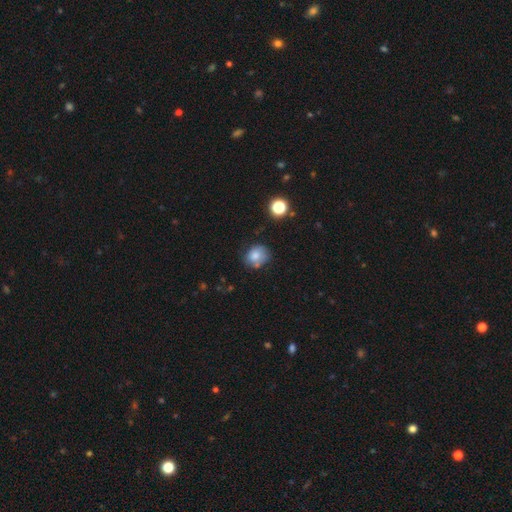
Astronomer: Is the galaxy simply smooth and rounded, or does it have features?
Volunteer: smooth — 87%.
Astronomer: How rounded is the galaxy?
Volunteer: in between — 52% (runner-up: round, 48%).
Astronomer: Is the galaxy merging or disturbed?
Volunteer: none — 49% (runner-up: minor disturbance, 38%).